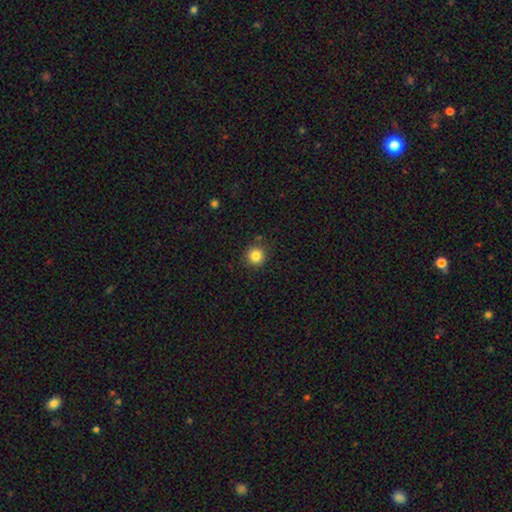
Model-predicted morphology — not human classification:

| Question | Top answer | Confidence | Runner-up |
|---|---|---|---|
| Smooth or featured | smooth | 84% | star or artifact (11%) |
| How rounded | round | 95% | in between (4%) |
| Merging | none | 89% | minor disturbance (7%) |